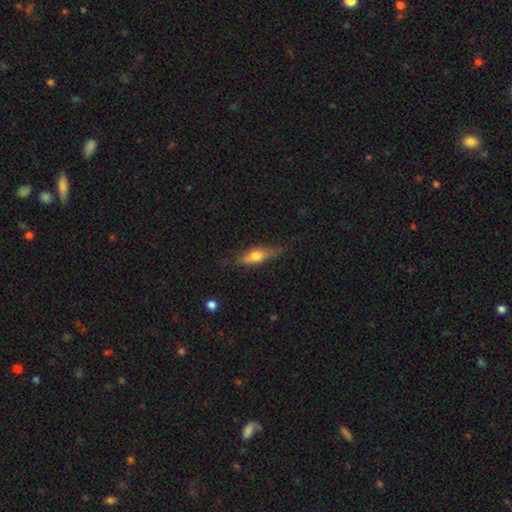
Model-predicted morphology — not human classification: A smooth galaxy with no disk features (58%) that is cigar-shaped (51%). Merging: none (74%).